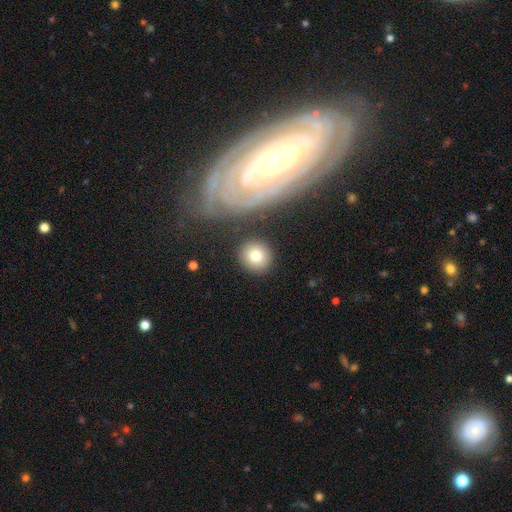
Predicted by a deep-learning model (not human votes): smooth 77%, featured or disk 14%, star or artifact 9%. Down the decision tree: how rounded — round (89%); merging — none (85%).